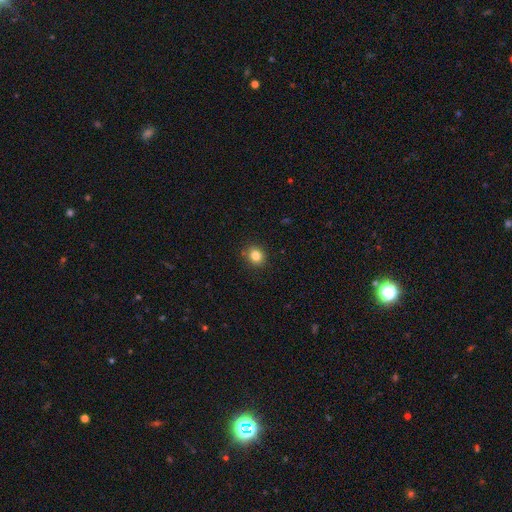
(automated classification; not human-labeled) smooth_or_featured: smooth (p=0.83) [alt: star or artifact p=0.12]
how_rounded: round (p=0.75) [alt: in between p=0.24]
merging: none (p=0.87) [alt: minor disturbance p=0.09]